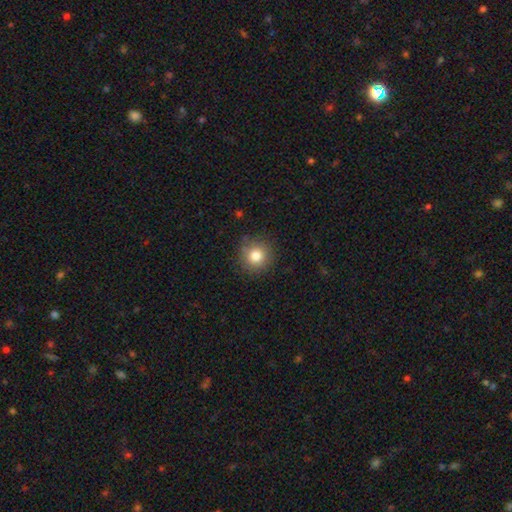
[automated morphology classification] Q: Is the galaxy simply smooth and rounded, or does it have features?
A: smooth — 81%.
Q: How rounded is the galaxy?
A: round — 93%.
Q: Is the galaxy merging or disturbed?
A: none — 86%.